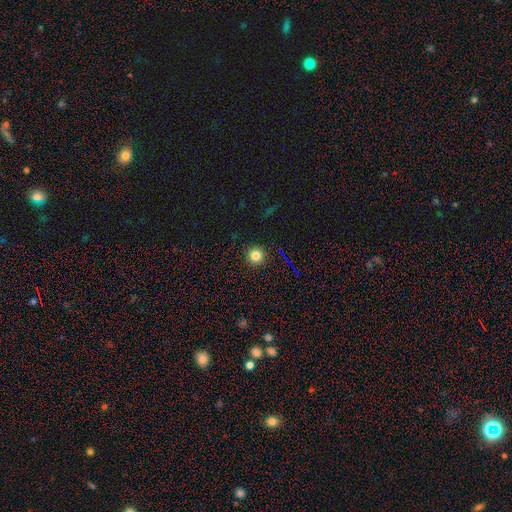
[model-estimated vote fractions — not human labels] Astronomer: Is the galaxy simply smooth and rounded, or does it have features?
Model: smooth — 79%.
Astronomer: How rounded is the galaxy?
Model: round — 95%.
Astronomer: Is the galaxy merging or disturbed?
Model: none — 91%.